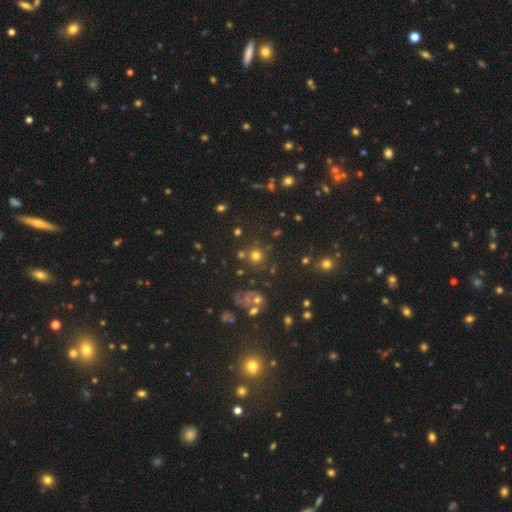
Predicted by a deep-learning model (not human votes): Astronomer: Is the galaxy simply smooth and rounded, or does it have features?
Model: smooth — 68%.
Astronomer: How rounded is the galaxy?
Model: round — 92%.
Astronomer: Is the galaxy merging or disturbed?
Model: none — 79%.